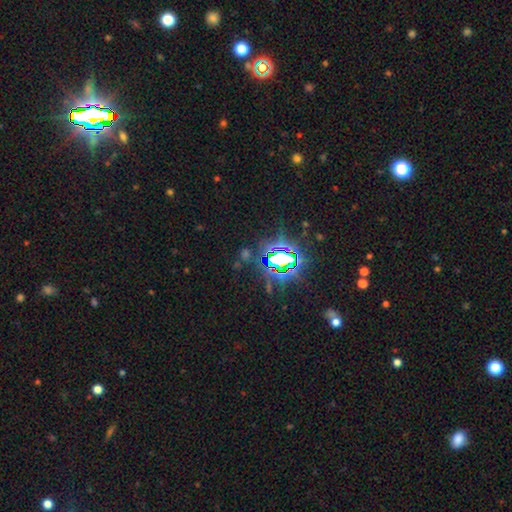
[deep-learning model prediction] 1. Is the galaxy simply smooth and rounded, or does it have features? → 83% star or artifact, 9% smooth, 7% featured or disk.